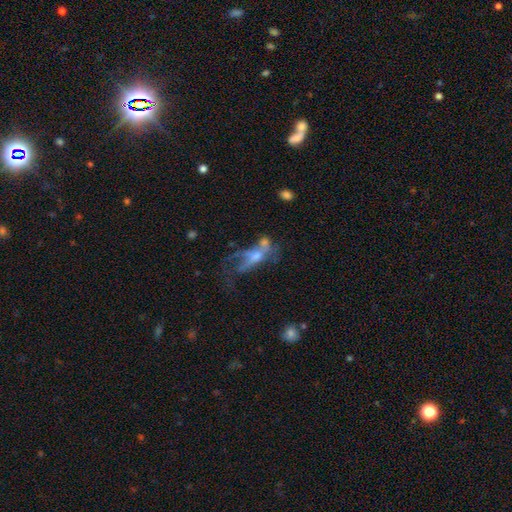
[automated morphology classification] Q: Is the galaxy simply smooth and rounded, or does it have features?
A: featured or disk — 58%.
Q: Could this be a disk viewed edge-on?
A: no — 78%.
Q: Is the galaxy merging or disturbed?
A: major disturbance — 37%.